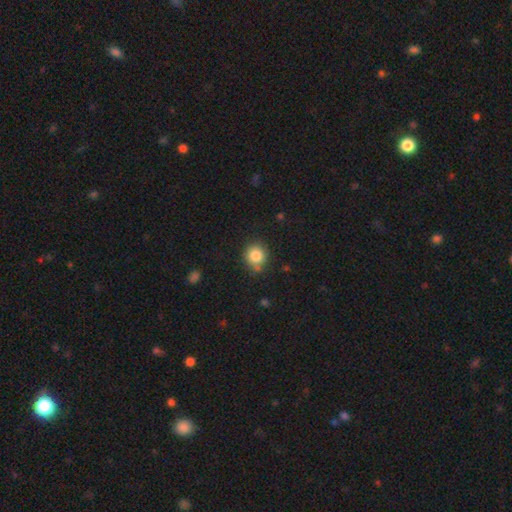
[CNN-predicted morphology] Q: Smooth or featured?
A: smooth (84%); runner-up: star or artifact (10%)
Q: How rounded?
A: round (86%); runner-up: in between (13%)
Q: Merging?
A: none (78%); runner-up: minor disturbance (14%)